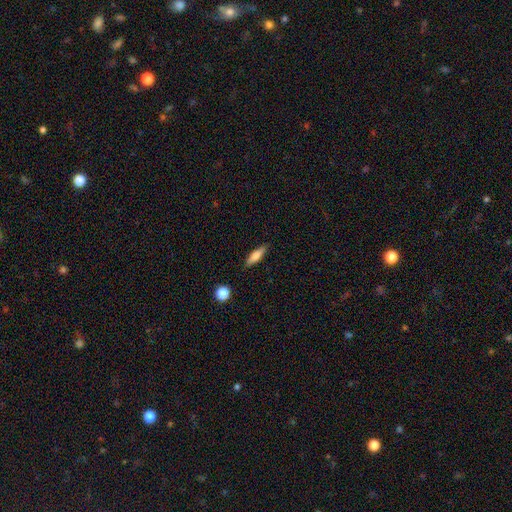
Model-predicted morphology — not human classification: smooth_or_featured: smooth (p=0.67) [alt: featured or disk p=0.25]
how_rounded: cigar-shaped (p=0.67) [alt: in between p=0.31]
merging: none (p=0.87) [alt: minor disturbance p=0.09]